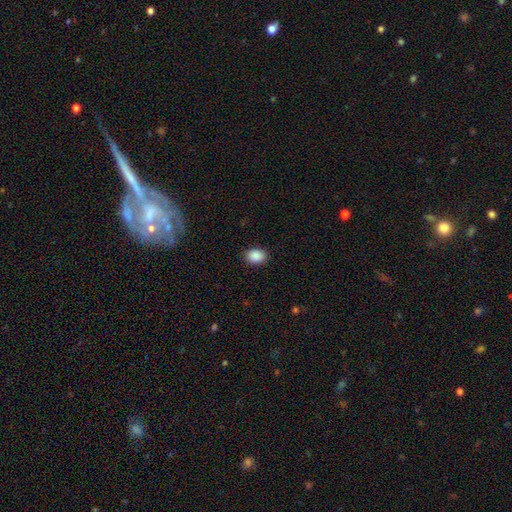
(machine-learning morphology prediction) smooth 89%, star or artifact 8%, featured or disk 3%. Down the decision tree: how rounded — in between (69%); merging — none (89%).